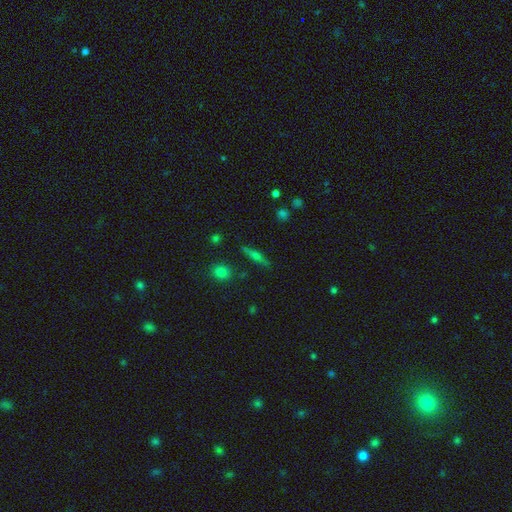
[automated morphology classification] Overall: featured or disk (46%; smooth 41%). Merging: none (86%).